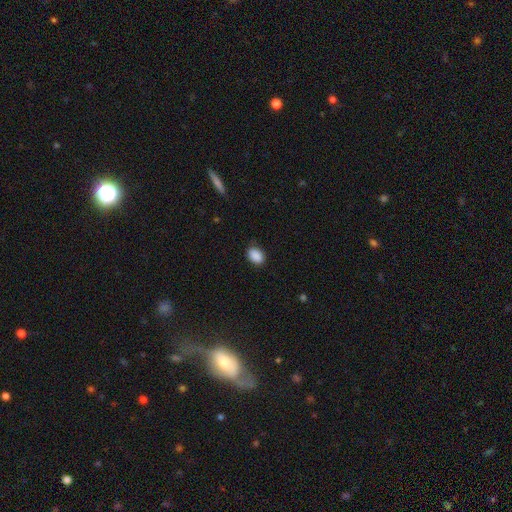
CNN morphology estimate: Q: Smooth or featured?
A: smooth (89%); runner-up: star or artifact (8%)
Q: How rounded?
A: in between (77%); runner-up: round (22%)
Q: Merging?
A: none (81%); runner-up: minor disturbance (15%)